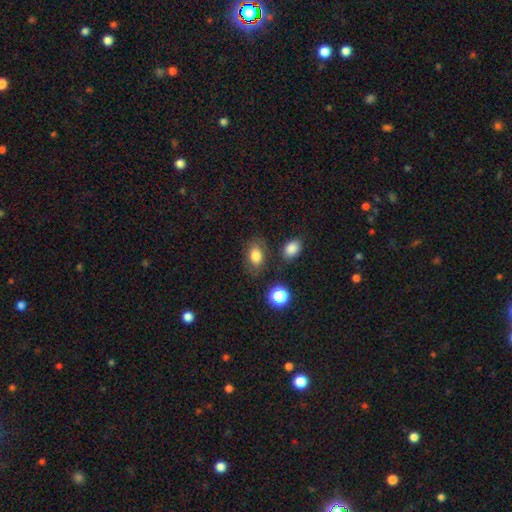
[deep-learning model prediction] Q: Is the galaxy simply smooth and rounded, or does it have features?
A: smooth — 79%.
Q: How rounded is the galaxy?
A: in between — 81%.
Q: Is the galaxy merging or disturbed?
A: none — 76%.